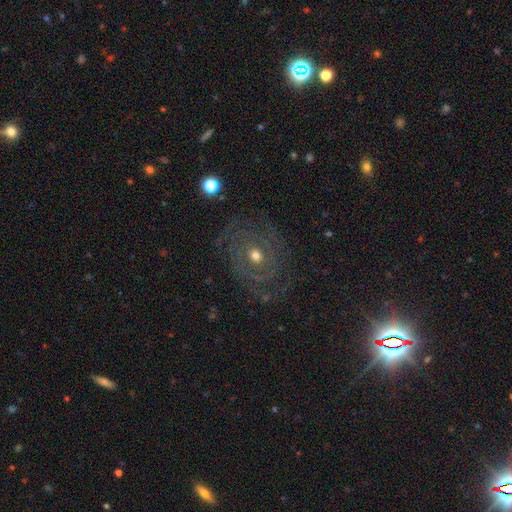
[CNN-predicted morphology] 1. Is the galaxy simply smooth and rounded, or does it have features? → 75% featured or disk, 16% smooth, 9% star or artifact.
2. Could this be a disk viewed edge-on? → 97% no, 3% yes.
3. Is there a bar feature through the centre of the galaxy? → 82% no, 14% weak, 4% strong.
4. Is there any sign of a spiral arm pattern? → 75% yes, 25% no.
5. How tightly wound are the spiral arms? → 67% tight, 24% medium, 9% loose.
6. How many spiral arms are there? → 37% can't tell, 29% 2, 13% 3, 8% 1, 7% 4, 6% more than 4.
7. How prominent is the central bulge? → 63% moderate, 30% small, 4% large, 1% none, 1% dominant.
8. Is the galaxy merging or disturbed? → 72% none, 15% minor disturbance, 11% major disturbance, 1% merger.